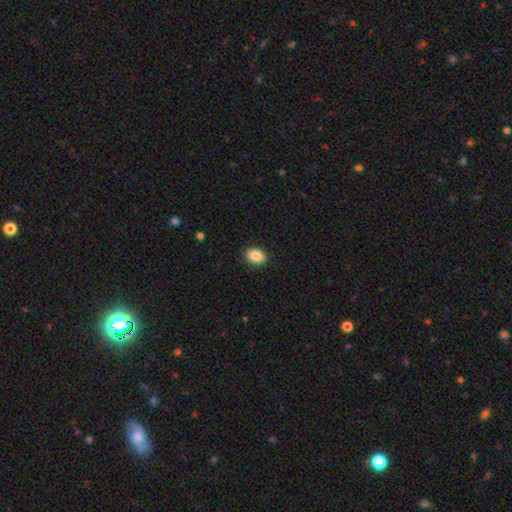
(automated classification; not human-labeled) The model was most divided on "how rounded": in between: 77%, round: 22%, cigar-shaped: 1%. More confident: merging — none (89%); smooth or featured — smooth (88%).